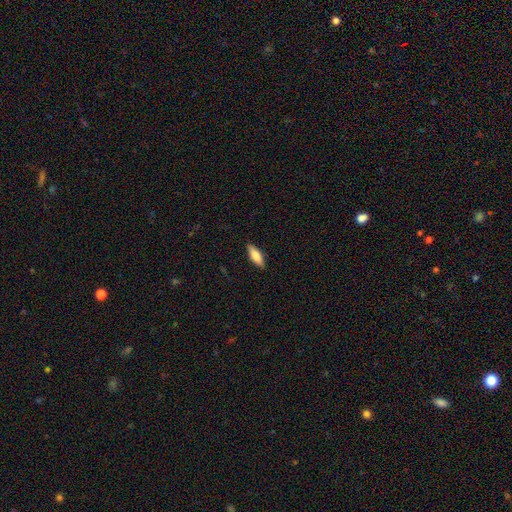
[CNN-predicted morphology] Q: Smooth or featured?
A: smooth (75%); runner-up: featured or disk (19%)
Q: How rounded?
A: in between (56%); runner-up: cigar-shaped (42%)
Q: Merging?
A: none (88%); runner-up: minor disturbance (9%)